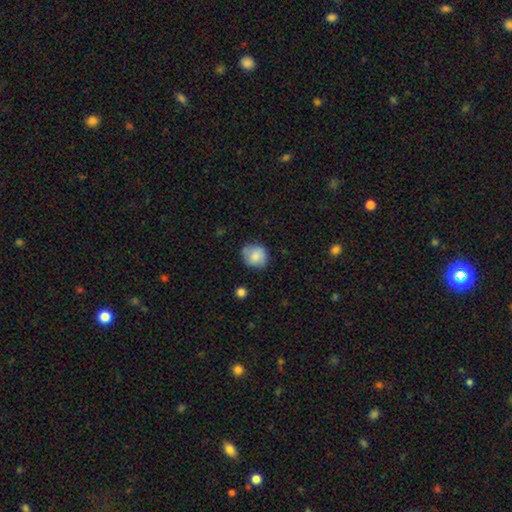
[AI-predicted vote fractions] Smooth or featured: smooth — 81% (featured or disk — 12%)
How rounded: round — 77% (in between — 22%)
Merging: none — 72% (minor disturbance — 21%)